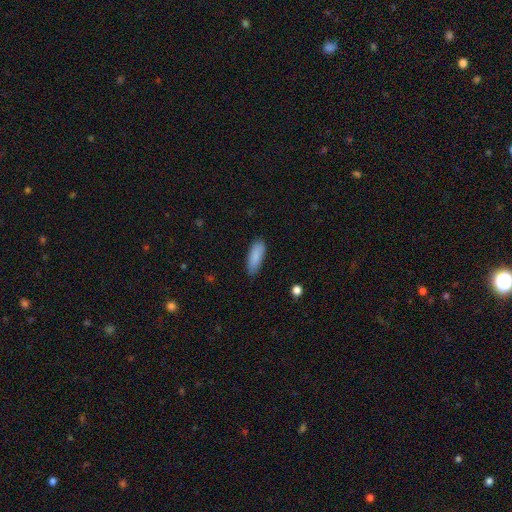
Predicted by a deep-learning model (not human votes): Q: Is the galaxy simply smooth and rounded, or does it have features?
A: smooth — 88%.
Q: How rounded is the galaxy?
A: in between — 70%.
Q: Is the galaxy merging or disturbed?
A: none — 80%.